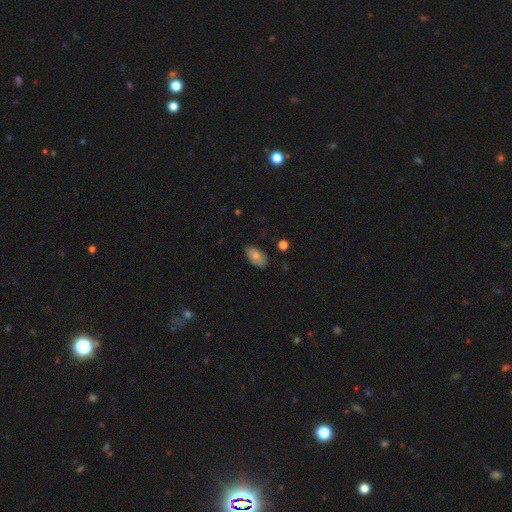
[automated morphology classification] A smooth galaxy with no disk features (73%) that is in between round and cigar-shaped (92%). Merging: none (81%).